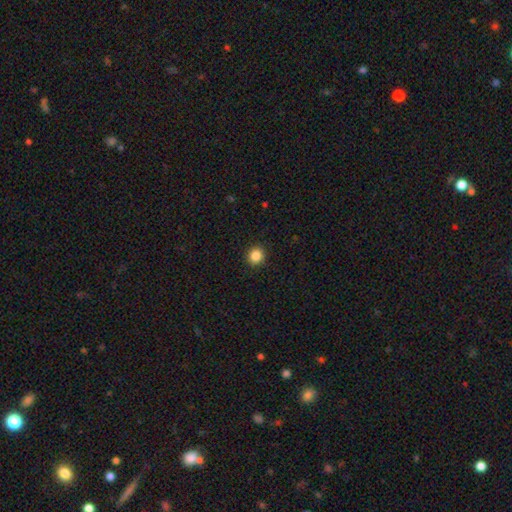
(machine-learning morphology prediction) Overall: smooth (86%). How rounded: round (89%). Merging: none (92%).